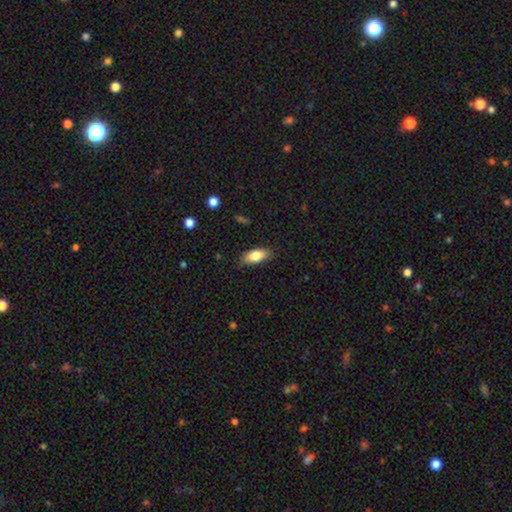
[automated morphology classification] smooth 80%, featured or disk 13%, star or artifact 7%. Down the decision tree: how rounded — in between (83%); merging — none (83%).